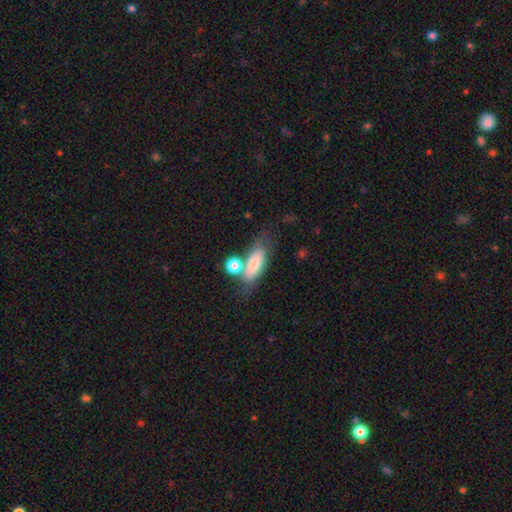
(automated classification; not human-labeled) Overall: smooth (72%). How rounded: in between (69%). Merging: none (52%; merger 21%).